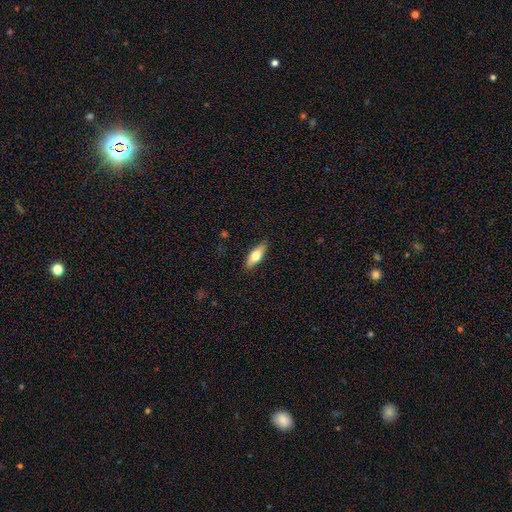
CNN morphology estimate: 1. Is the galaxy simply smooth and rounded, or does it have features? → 64% smooth, 31% featured or disk, 6% star or artifact.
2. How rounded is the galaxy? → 64% in between, 34% cigar-shaped, 2% round.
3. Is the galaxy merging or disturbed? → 88% none, 9% minor disturbance, 2% major disturbance, 1% merger.